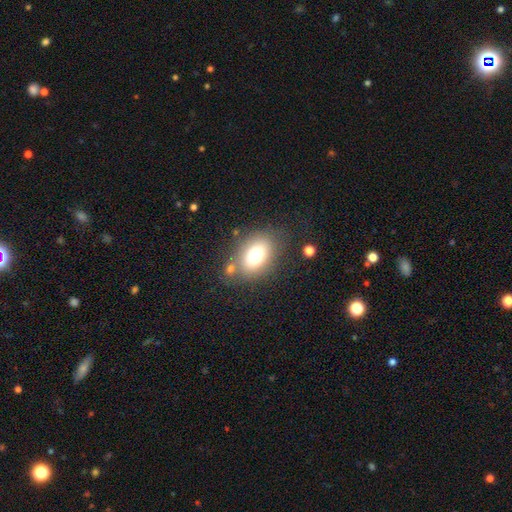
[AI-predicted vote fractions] smooth-or-featured: smooth: 77% | featured or disk: 14% | star or artifact: 10%
  how-rounded: in between: 83% | round: 16% | cigar-shaped: 2%
  merging: none: 70% | minor disturbance: 15% | merger: 9% | major disturbance: 6%